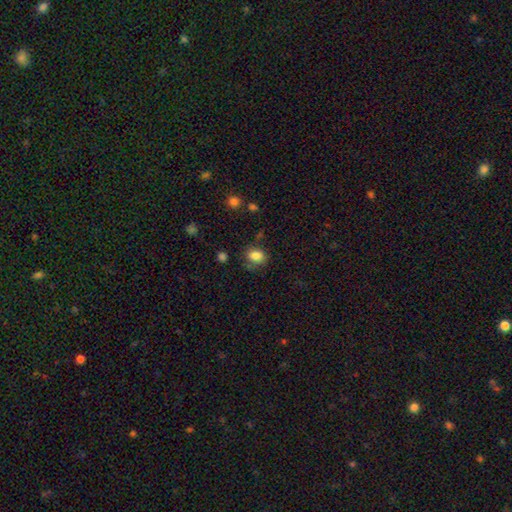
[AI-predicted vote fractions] The model was most divided on "how rounded": in between: 67%, round: 32%, cigar-shaped: 1%. More confident: smooth or featured — smooth (84%); merging — none (71%).